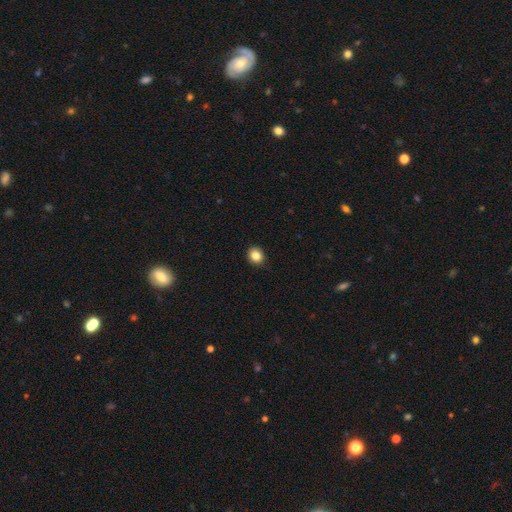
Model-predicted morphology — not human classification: smooth 84%, star or artifact 10%, featured or disk 5%. Down the decision tree: how rounded — round (72%); merging — none (90%).